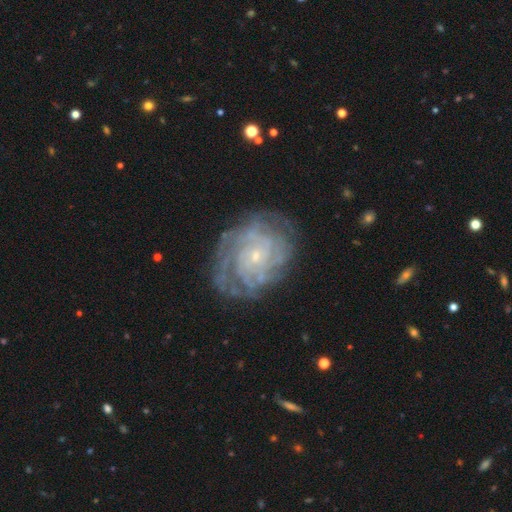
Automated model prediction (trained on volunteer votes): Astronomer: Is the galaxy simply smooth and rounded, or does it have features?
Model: featured or disk — 81%.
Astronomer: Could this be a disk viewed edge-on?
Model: no — 97%.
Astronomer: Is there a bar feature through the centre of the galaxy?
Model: no — 80%.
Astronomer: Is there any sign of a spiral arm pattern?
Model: yes — 91%.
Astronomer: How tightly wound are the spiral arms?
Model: tight — 73%.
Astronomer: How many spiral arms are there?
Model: can't tell — 43%.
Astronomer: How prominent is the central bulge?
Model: small — 83%.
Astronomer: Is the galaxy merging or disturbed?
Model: none — 72%.